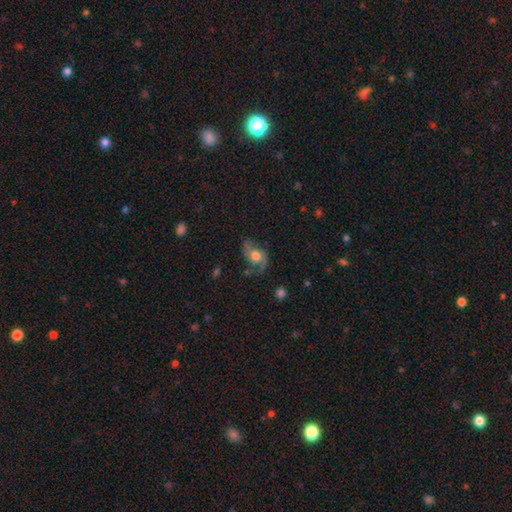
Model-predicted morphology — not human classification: The model was most divided on "spiral winding": loose: 47%, medium: 41%, tight: 12%. More confident: edge-on disk — no (96%); spiral arms — yes (89%); spiral arm count — 2 (87%); bar — no (74%); smooth or featured — featured or disk (69%); merging — none (63%); bulge size — moderate (50%).